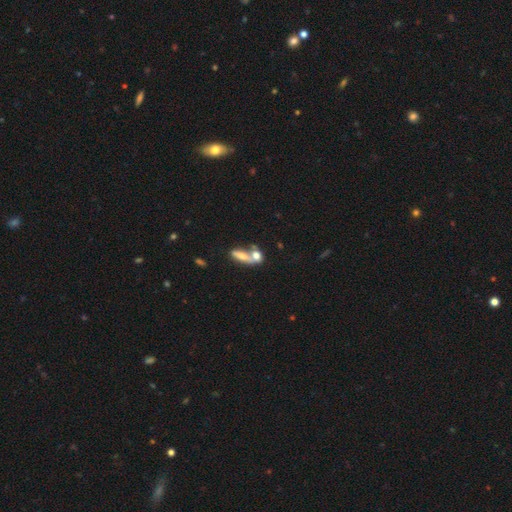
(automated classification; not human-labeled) Morphology: type=smooth (61%); roundness=in between (61%); merging=merger (60%).